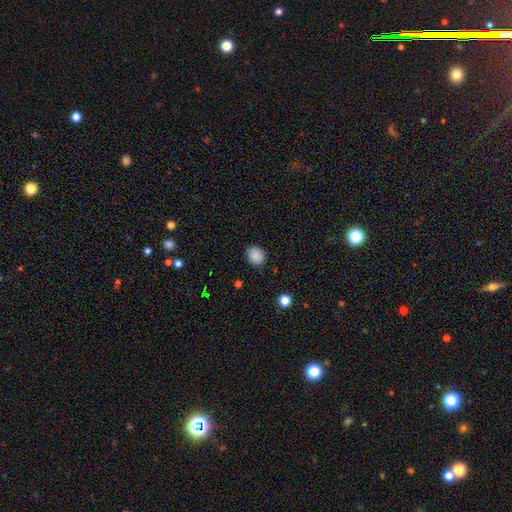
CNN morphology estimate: type=smooth (87%); roundness=round (74%); merging=none (88%).